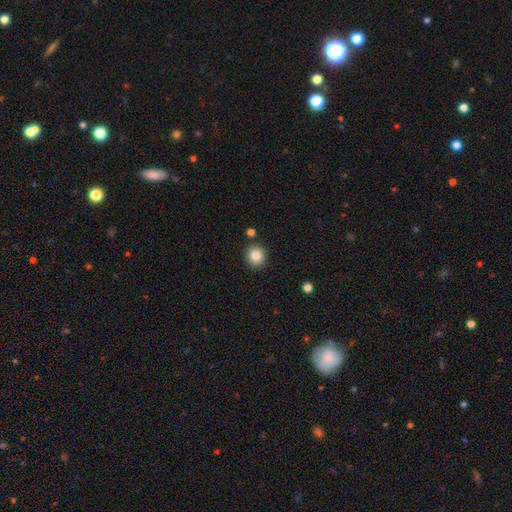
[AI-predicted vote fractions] A smooth galaxy with no disk features (85%) that is round (90%).

Vote fractions:
- Smooth or featured? smooth: 85% / star or artifact: 10% / featured or disk: 5%
- How rounded? round: 90% / in between: 10% / cigar-shaped: 1%
- Merging? none: 88% / minor disturbance: 7% / merger: 4% / major disturbance: 2%